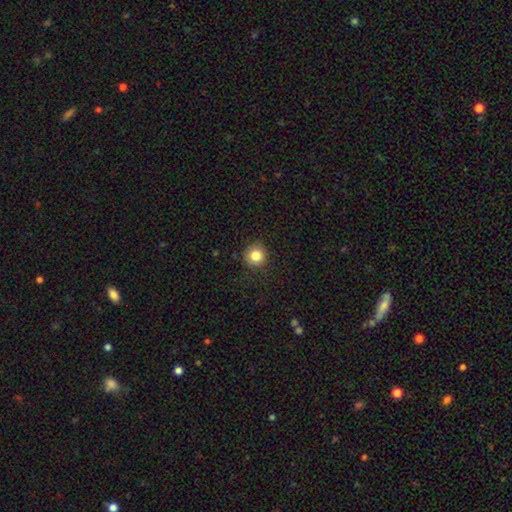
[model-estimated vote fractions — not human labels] Smooth or featured? Predicted: smooth (p=0.84). How rounded? Predicted: round (p=0.93). Merging? Predicted: none (p=0.90).